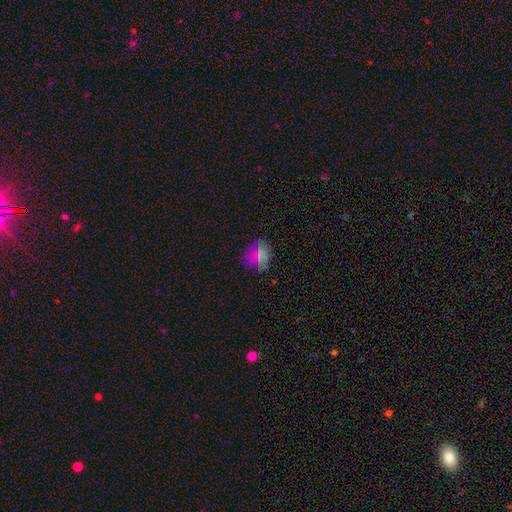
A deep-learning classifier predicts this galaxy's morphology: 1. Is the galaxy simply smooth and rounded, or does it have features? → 63% smooth, 22% star or artifact, 15% featured or disk.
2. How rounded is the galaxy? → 62% round, 36% in between, 2% cigar-shaped.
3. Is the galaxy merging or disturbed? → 71% none, 19% minor disturbance, 7% major disturbance, 2% merger.